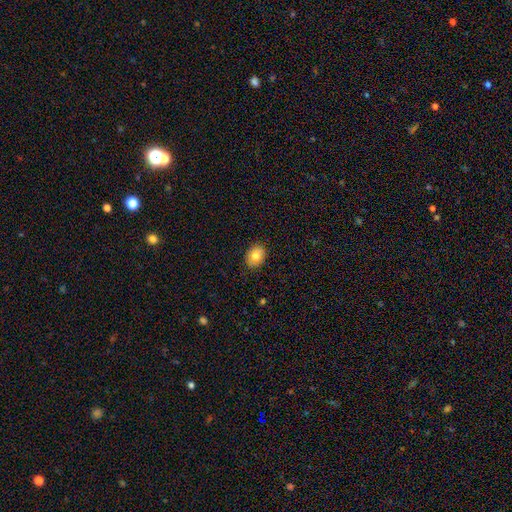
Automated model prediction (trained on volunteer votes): Morphology: type=smooth (80%); roundness=in between (60%); merging=none (89%).